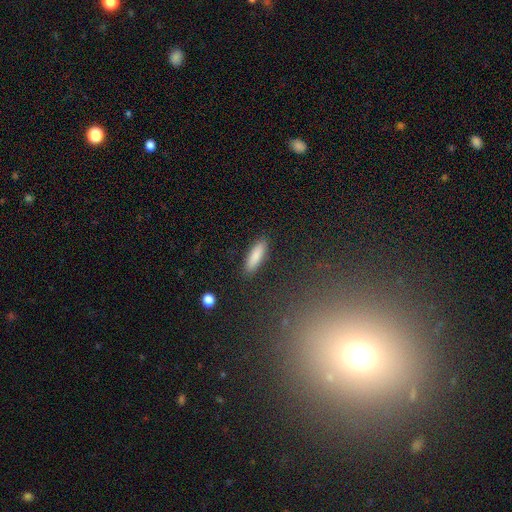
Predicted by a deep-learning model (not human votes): smooth-or-featured: smooth: 86% | featured or disk: 8% | star or artifact: 6%
  how-rounded: cigar-shaped: 62% | in between: 37% | round: 2%
  merging: none: 89% | minor disturbance: 8% | major disturbance: 2% | merger: 1%